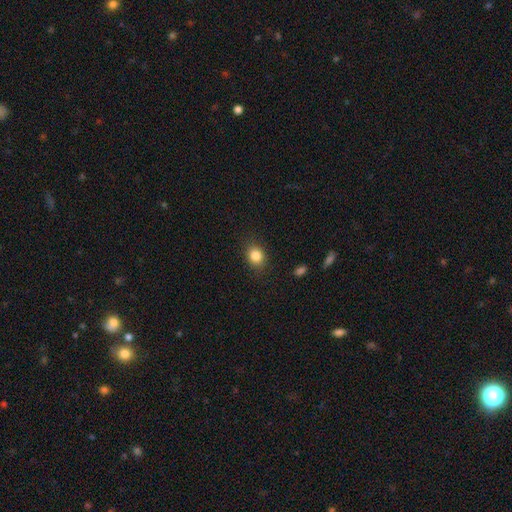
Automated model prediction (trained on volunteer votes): Q: Smooth or featured?
A: smooth (85%); runner-up: star or artifact (10%)
Q: How rounded?
A: round (55%); runner-up: in between (44%)
Q: Merging?
A: none (86%); runner-up: minor disturbance (10%)